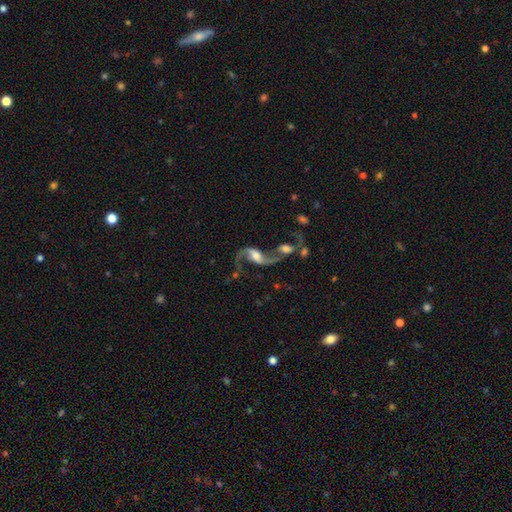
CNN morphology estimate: This appears to be a featured or disk galaxy (85%) with a weak bar (40%), 2 (89%) loose (83%) spiral arms (94%) and a moderate central bulge (45%). Merging: none (37%, tied with merger).